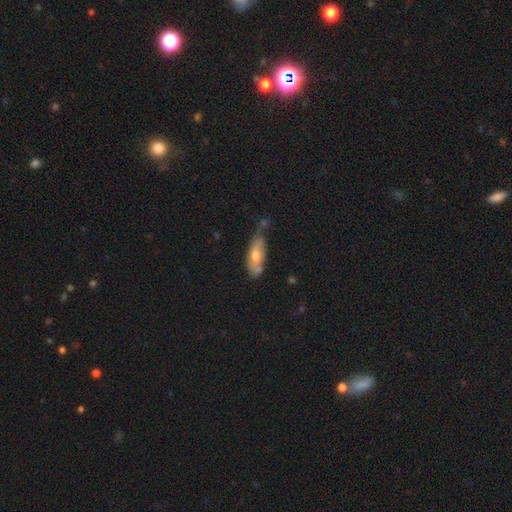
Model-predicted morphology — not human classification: type=smooth (58%); roundness=in between (72%); merging=none (45%).